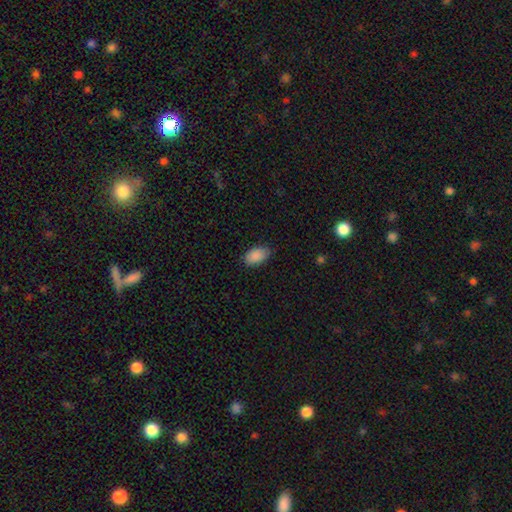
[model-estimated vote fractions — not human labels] Smooth or featured? Predicted: smooth (p=0.89). How rounded? Predicted: in between (p=0.93). Merging? Predicted: none (p=0.78).